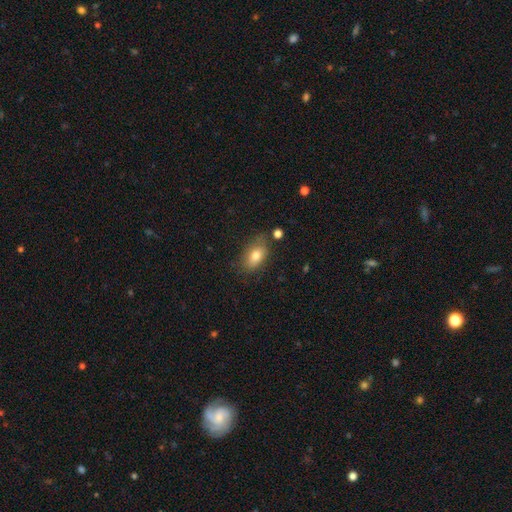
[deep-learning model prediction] smooth-or-featured: smooth: 78% | featured or disk: 13% | star or artifact: 9%
  how-rounded: in between: 87% | round: 9% | cigar-shaped: 3%
  merging: none: 71% | minor disturbance: 19% | major disturbance: 5% | merger: 5%